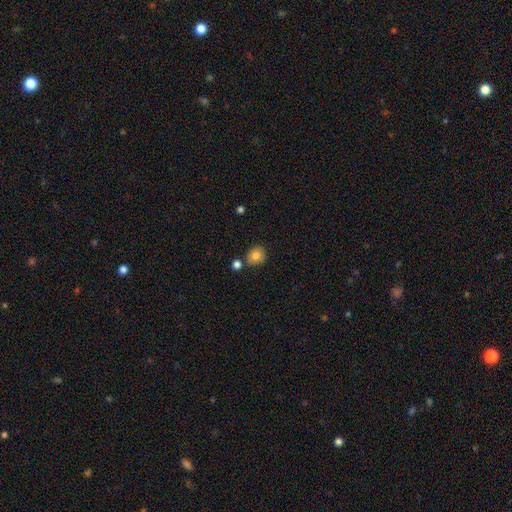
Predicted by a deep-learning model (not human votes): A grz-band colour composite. It shows a smooth galaxy with no disk features (79%) that is round (73%). Merging: none (74%).